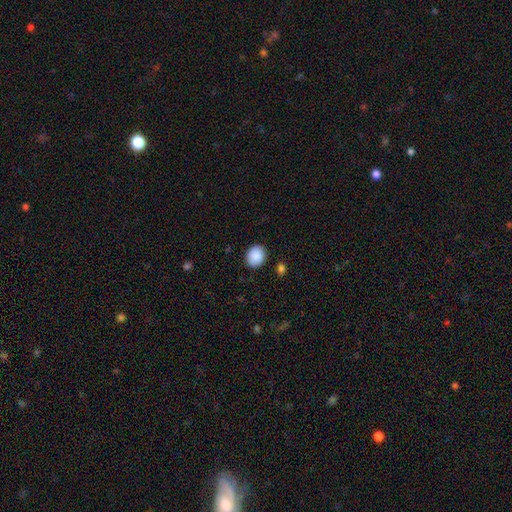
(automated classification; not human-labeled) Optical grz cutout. It shows a smooth galaxy with no disk features (90%) that is round (64%). Merging: none (87%).